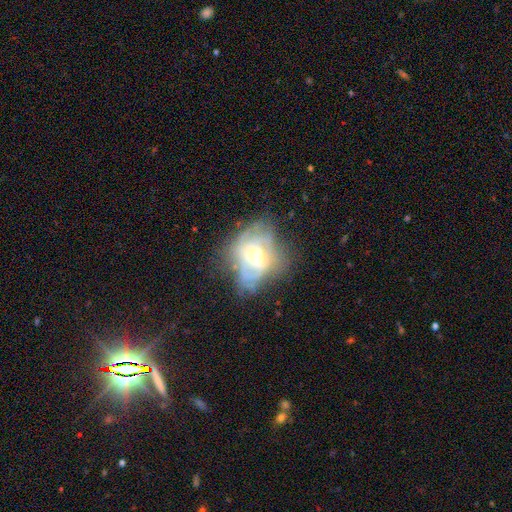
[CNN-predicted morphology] Smooth or featured? featured or disk (66%)
Edge-on disk? no (94%)
Bar? no (58%)
Spiral arms? yes (54%)
Bulge size? moderate (65%)
Merging? none (39%)